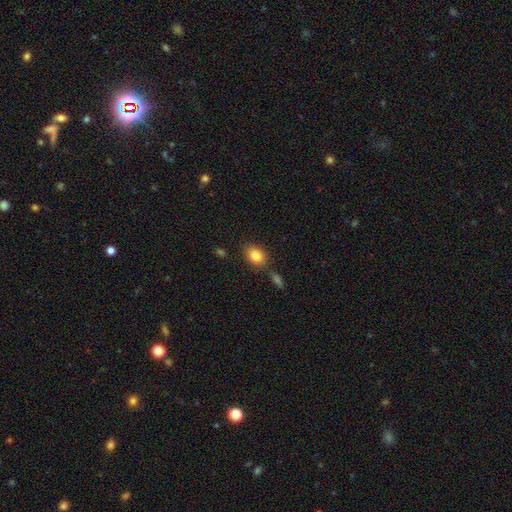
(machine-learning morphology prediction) The model was most divided on "how rounded": in between: 76%, round: 23%, cigar-shaped: 1%. More confident: smooth or featured — smooth (84%); merging — none (78%).